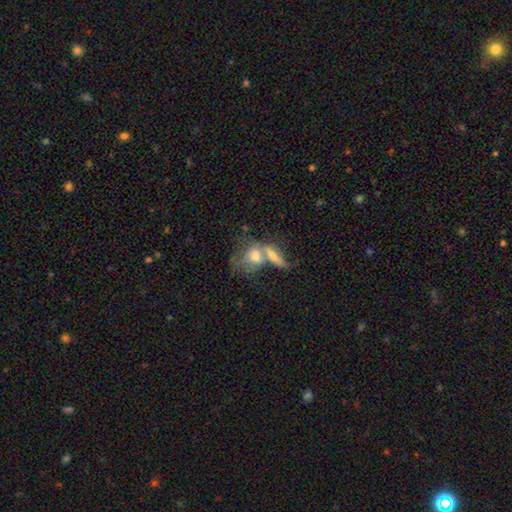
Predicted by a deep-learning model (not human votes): Overall: smooth (55%; featured or disk 35%). How rounded: in between (68%). Merging: merger (64%).